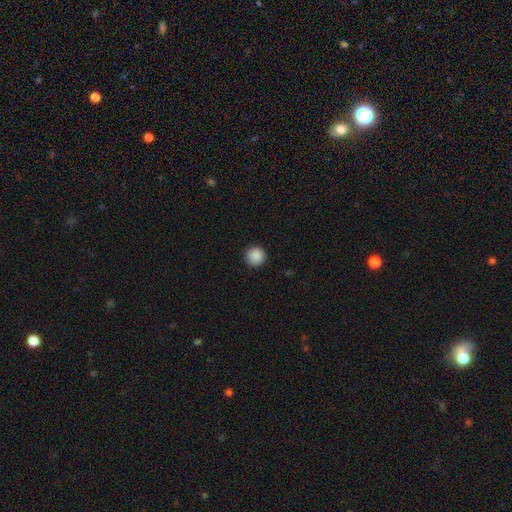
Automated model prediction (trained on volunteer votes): A smooth galaxy with no disk features (89%) that is round (95%).

Vote fractions:
- Smooth or featured? smooth: 89% / star or artifact: 9% / featured or disk: 2%
- How rounded? round: 95% / in between: 4% / cigar-shaped: 1%
- Merging? none: 92% / minor disturbance: 6% / major disturbance: 2% / merger: 1%